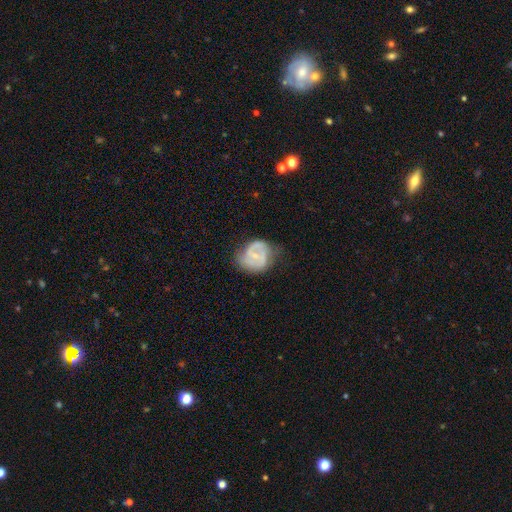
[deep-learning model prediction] The model was most divided on "bar": no: 45%, weak: 44%, strong: 11%. Remaining: edge-on disk — no (98%); spiral arms — yes (84%); smooth or featured — featured or disk (68%); spiral arm count — 2 (66%); bulge size — small (62%); merging — none (55%); spiral winding — medium (45%).